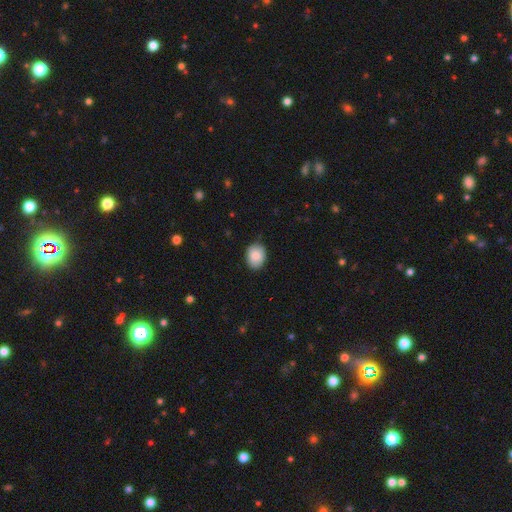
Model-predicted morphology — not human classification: This appears to be a smooth galaxy with no disk features (87%) that is in between round and cigar-shaped (63%). Merging: none (85%).